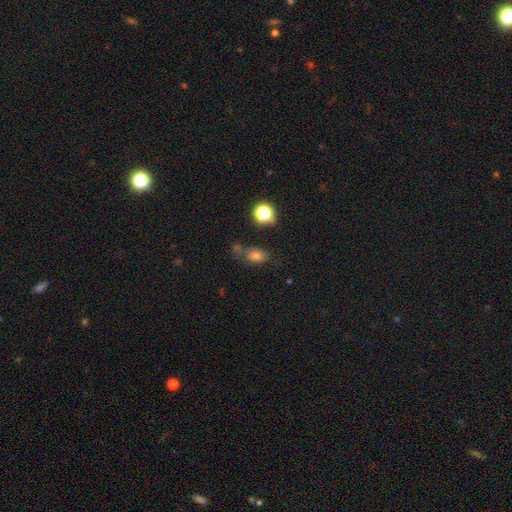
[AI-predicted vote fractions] The model was most divided on "merging": none: 50%, minor disturbance: 20%, merger: 19%, major disturbance: 11%. More confident: how rounded — in between (74%); smooth or featured — smooth (73%).